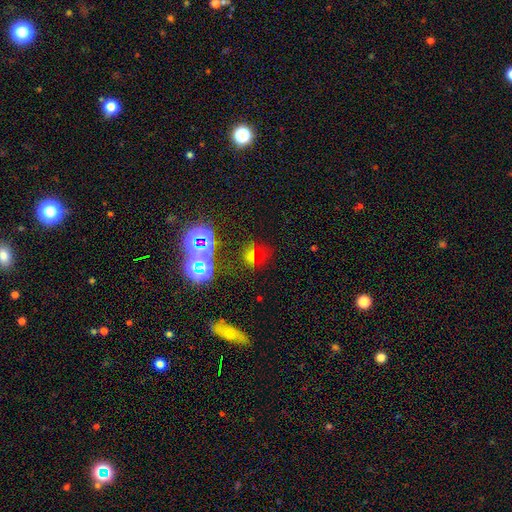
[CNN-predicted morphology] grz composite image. It shows a star or artifact, not a galaxy (47%).